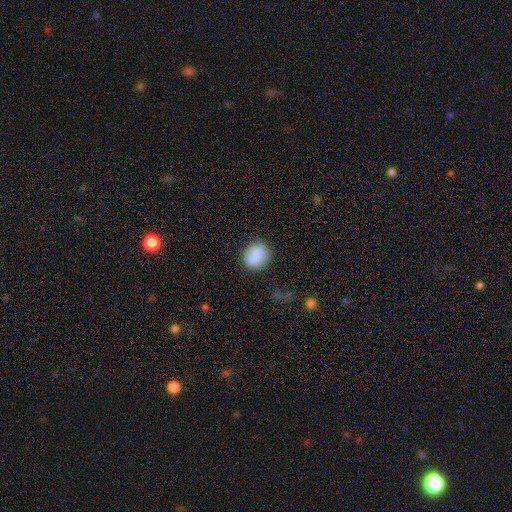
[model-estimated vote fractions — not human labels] Q: Smooth or featured?
A: smooth (85%); runner-up: star or artifact (8%)
Q: How rounded?
A: round (56%); runner-up: in between (43%)
Q: Merging?
A: none (82%); runner-up: minor disturbance (12%)